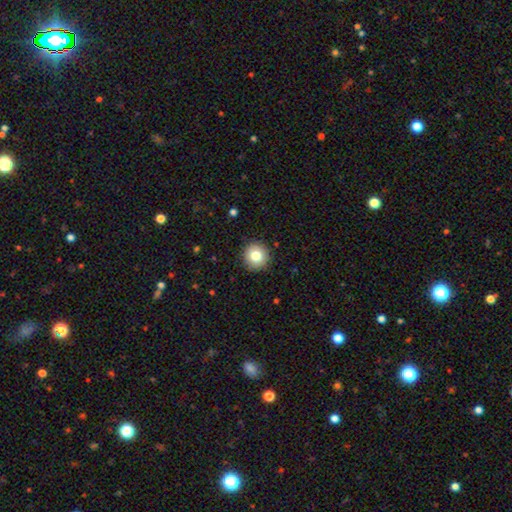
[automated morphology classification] smooth 79%, featured or disk 11%, star or artifact 10%. Down the decision tree: how rounded — round (95%); merging — none (91%).